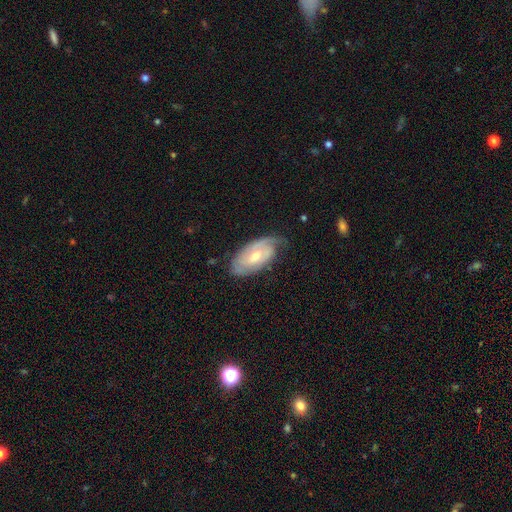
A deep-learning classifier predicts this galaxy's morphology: A featured or disk galaxy (67%) with no bar (56%), 2 (40%) tight (58%) spiral arms (86%) and a moderate central bulge (57%).

Vote fractions:
- Smooth or featured? featured or disk: 67% / smooth: 27% / star or artifact: 6%
- Edge-on disk? no: 92% / yes: 8%
- Bar? no: 56% / weak: 37% / strong: 7%
- Spiral arms? yes: 86% / no: 14%
- Spiral winding? tight: 58% / medium: 31% / loose: 12%
- Spiral arm count? 2: 40% / can't tell: 34% / 1: 17% / 3: 6% / 4: 2% / more than 4: 2%
- Bulge size? moderate: 57% / small: 38% / large: 3% / none: 1% / dominant: 1%
- Merging? none: 62% / minor disturbance: 28% / major disturbance: 9% / merger: 1%